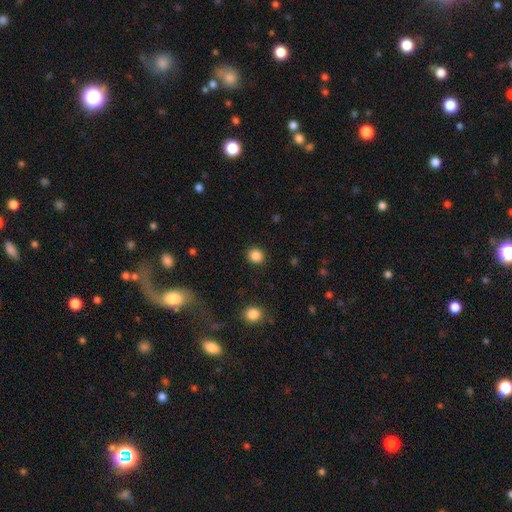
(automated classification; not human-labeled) The model was most divided on "how rounded": round: 82%, in between: 17%, cigar-shaped: 1%. More confident: merging — none (90%); smooth or featured — smooth (86%).